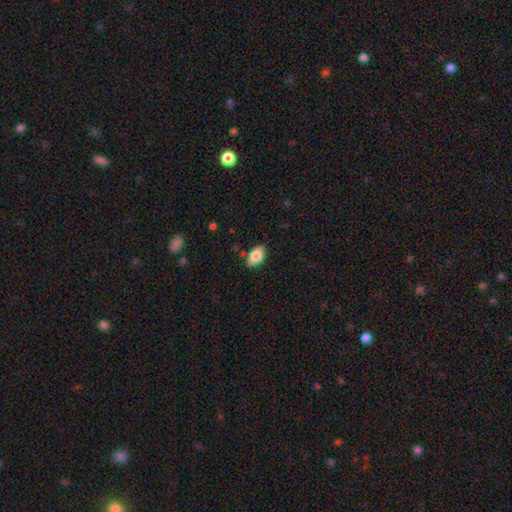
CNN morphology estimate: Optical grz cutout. It shows a smooth galaxy with no disk features (84%) that is in between round and cigar-shaped (92%). Merging: none (85%).